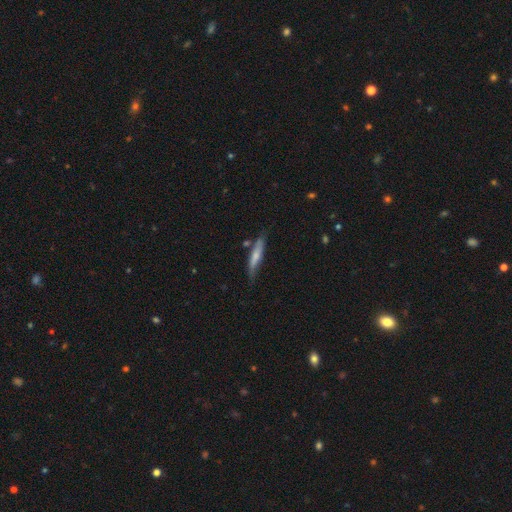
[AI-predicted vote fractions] A smooth galaxy with no disk features (59%) that is cigar-shaped (86%).

Vote fractions:
- Smooth or featured? smooth: 59% / featured or disk: 35% / star or artifact: 6%
- How rounded? cigar-shaped: 86% / in between: 13% / round: 2%
- Merging? none: 67% / minor disturbance: 22% / merger: 6% / major disturbance: 4%